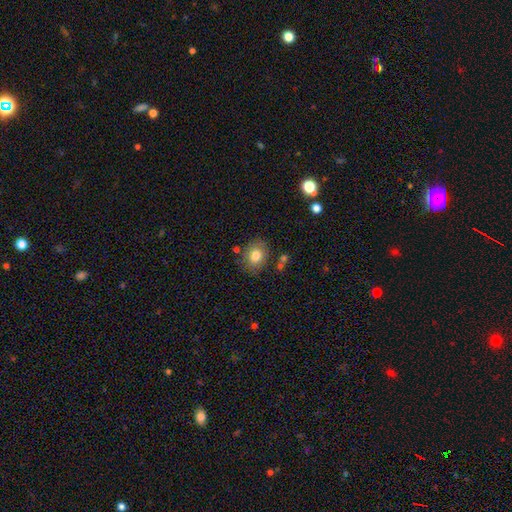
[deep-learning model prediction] This appears to be a smooth galaxy with no disk features (80%) that is round (59%). Merging: none (79%).